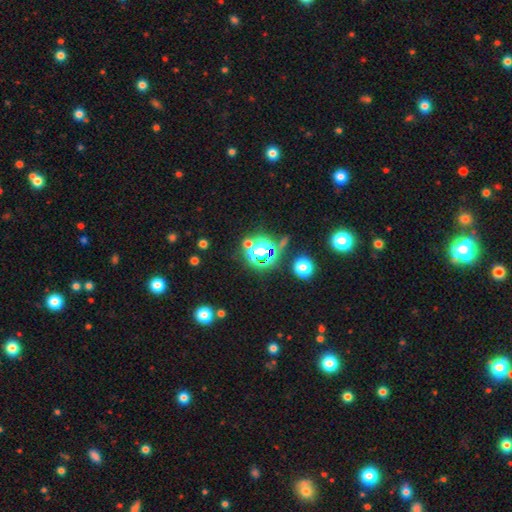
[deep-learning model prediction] Smooth or featured? Predicted: star or artifact (p=0.68).